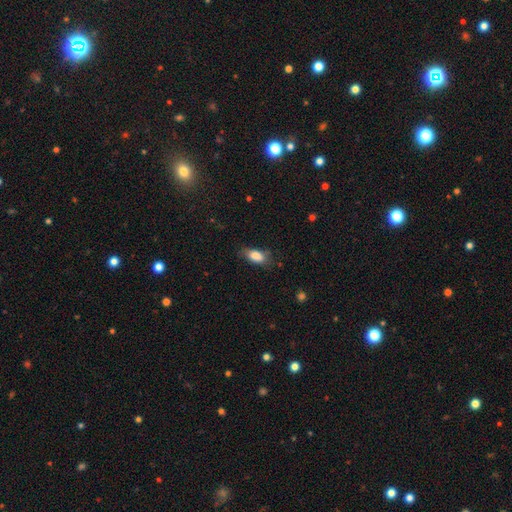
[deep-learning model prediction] Smooth or featured?
  - smooth: 83% *
  - featured or disk: 10%
  - star or artifact: 8%
How rounded?
  - in between: 85% *
  - cigar-shaped: 10%
  - round: 4%
Merging?
  - none: 66% *
  - minor disturbance: 25%
  - major disturbance: 8%
  - merger: 2%